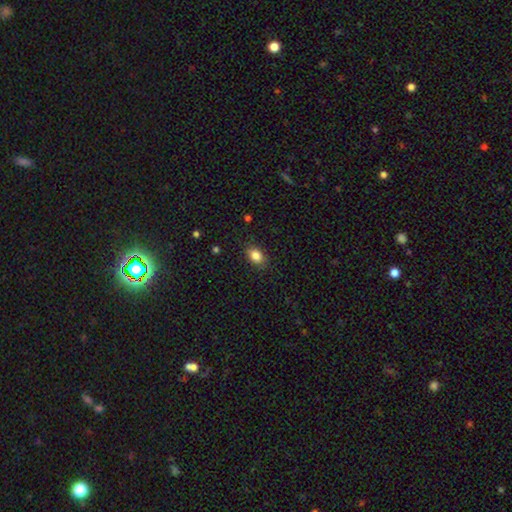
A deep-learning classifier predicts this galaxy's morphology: type=smooth (85%); roundness=in between (78%); merging=none (86%).